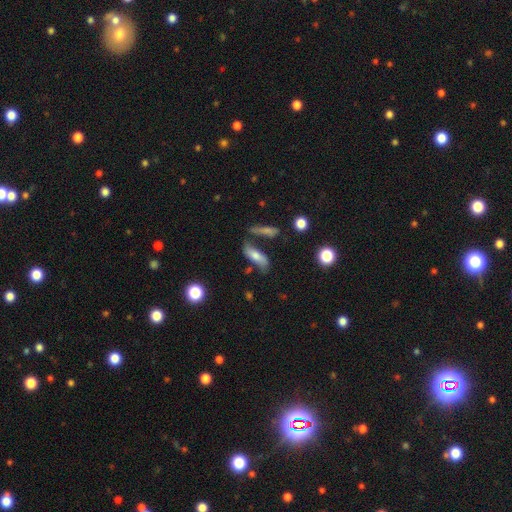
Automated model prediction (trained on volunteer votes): Morphology: type=smooth (56%); roundness=in between (57%); merging=none (52%).